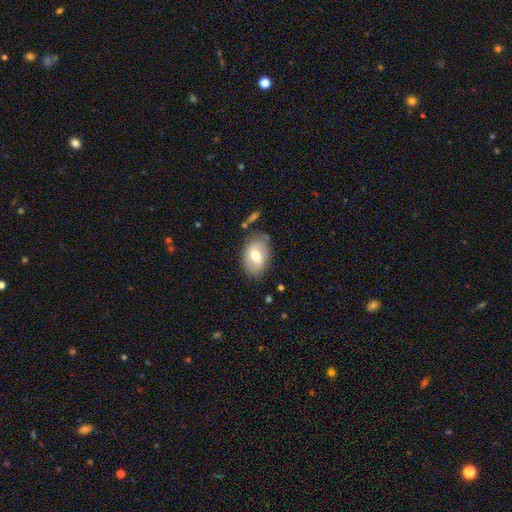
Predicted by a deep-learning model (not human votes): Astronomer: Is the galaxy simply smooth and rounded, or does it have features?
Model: smooth — 65%.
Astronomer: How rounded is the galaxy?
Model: in between — 85%.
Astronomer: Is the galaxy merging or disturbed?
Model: none — 76%.